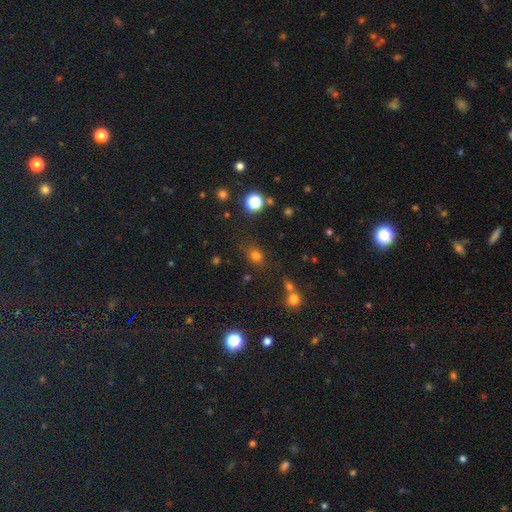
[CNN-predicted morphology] A smooth galaxy with no disk features (72%) that is round (62%). Merging: none (75%).